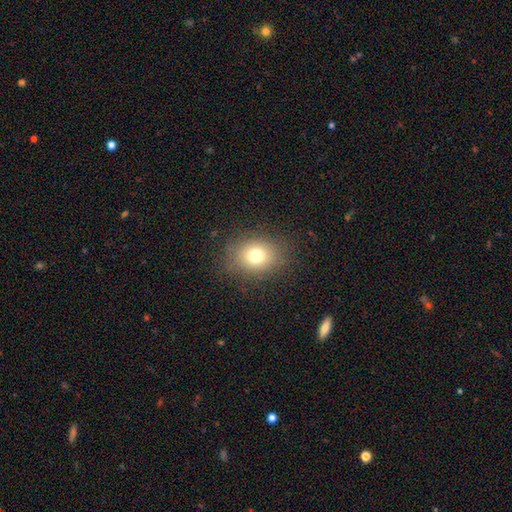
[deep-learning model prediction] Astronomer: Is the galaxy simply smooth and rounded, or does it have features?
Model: smooth — 75%.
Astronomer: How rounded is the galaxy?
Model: round — 55% (runner-up: in between, 44%).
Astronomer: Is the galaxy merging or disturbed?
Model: none — 84%.